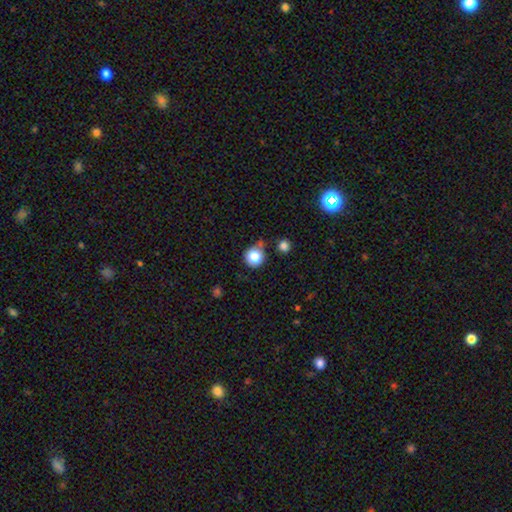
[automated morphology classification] Smooth or featured? Predicted: smooth (p=0.81). How rounded? Predicted: round (p=0.92). Merging? Predicted: none (p=0.71).